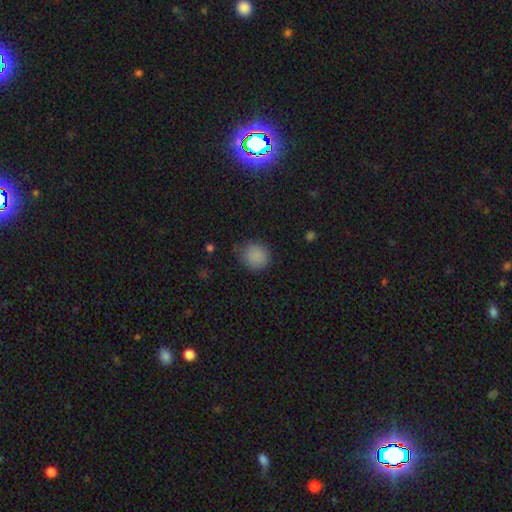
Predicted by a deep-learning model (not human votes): A smooth galaxy with no disk features (85%) that is round (82%).

Vote fractions:
- Smooth or featured? smooth: 85% / star or artifact: 11% / featured or disk: 4%
- How rounded? round: 82% / in between: 17% / cigar-shaped: 1%
- Merging? none: 72% / minor disturbance: 21% / major disturbance: 5% / merger: 1%